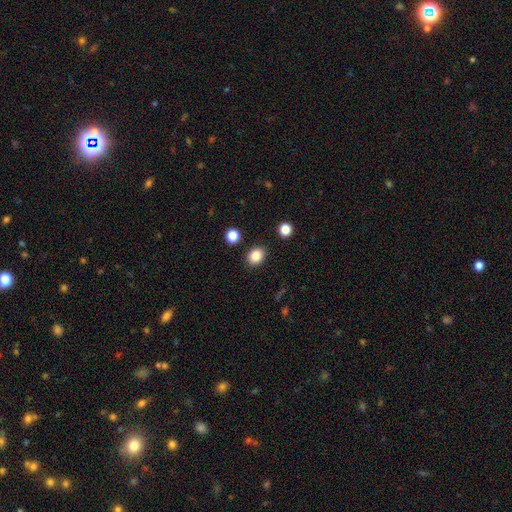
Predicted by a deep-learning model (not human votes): Overall: smooth (85%). How rounded: in between (51%; round 48%). Merging: none (88%).